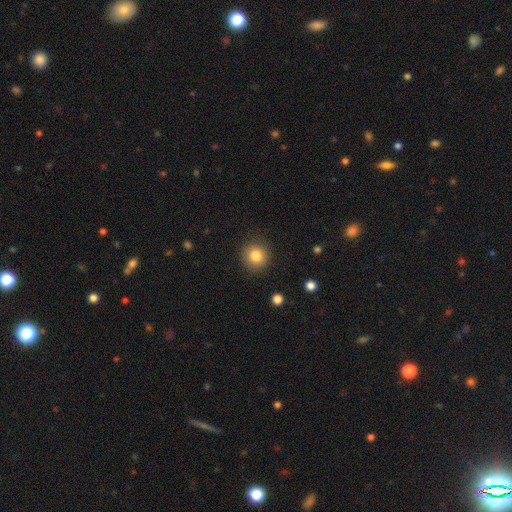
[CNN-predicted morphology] This is clearly a smooth galaxy (83%). How rounded: clearly round (90%). Merging: clearly none (89%).